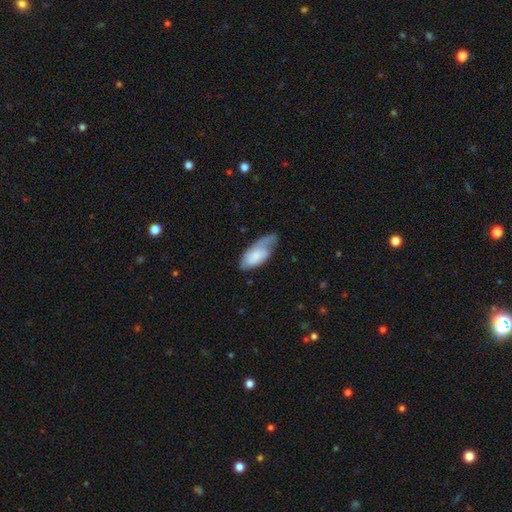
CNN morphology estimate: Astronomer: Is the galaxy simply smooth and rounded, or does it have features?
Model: smooth — 63%.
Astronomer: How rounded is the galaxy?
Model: in between — 88%.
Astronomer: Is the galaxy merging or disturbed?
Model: minor disturbance — 38% (runner-up: none, 37%).